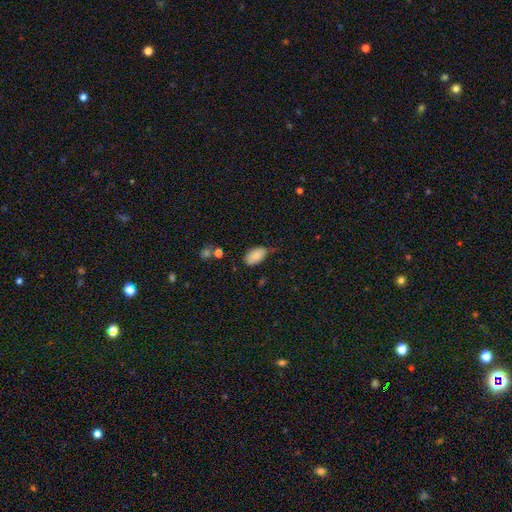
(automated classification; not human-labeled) Smooth or featured?
  - smooth: 85% *
  - featured or disk: 8%
  - star or artifact: 7%
How rounded?
  - in between: 94% *
  - round: 5%
  - cigar-shaped: 2%
Merging?
  - none: 60% *
  - minor disturbance: 31%
  - major disturbance: 6%
  - merger: 3%